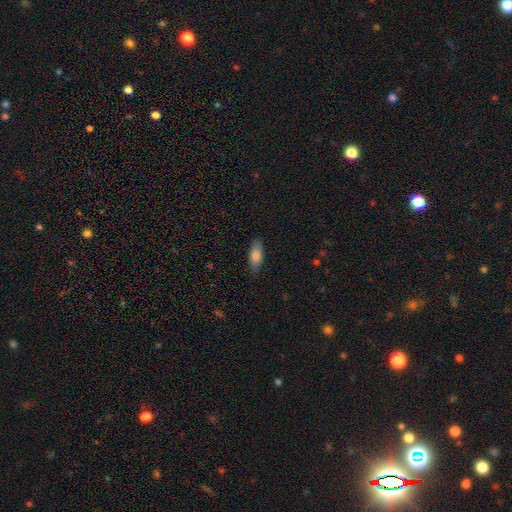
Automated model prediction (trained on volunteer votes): Q: Smooth or featured?
A: smooth (79%); runner-up: featured or disk (14%)
Q: How rounded?
A: in between (73%); runner-up: cigar-shaped (25%)
Q: Merging?
A: none (86%); runner-up: minor disturbance (10%)